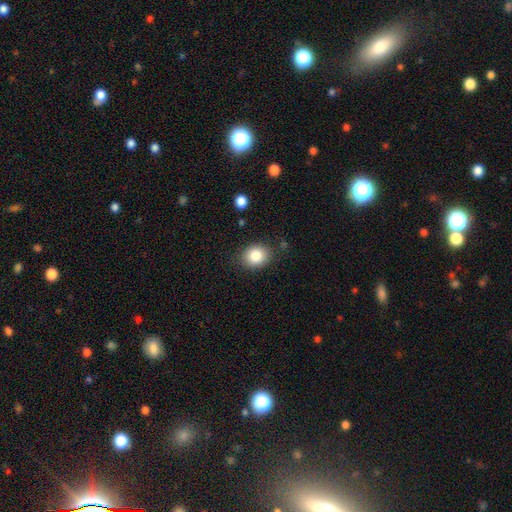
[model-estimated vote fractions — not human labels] A smooth galaxy with no disk features (84%) that is round (56%). Merging: none (83%).